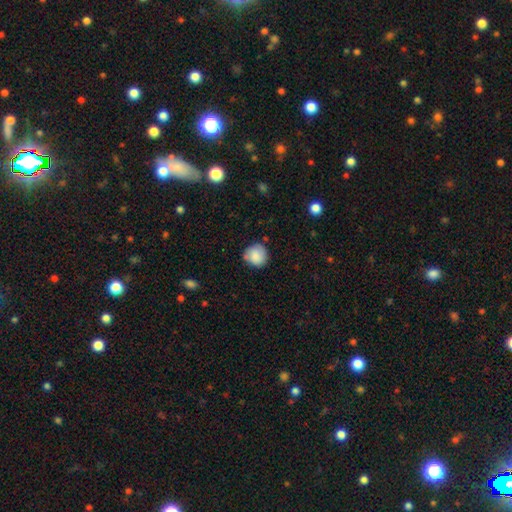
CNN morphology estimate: smooth_or_featured: smooth (p=0.86) [alt: star or artifact p=0.08]
how_rounded: round (p=0.89) [alt: in between p=0.10]
merging: none (p=0.74) [alt: minor disturbance p=0.20]